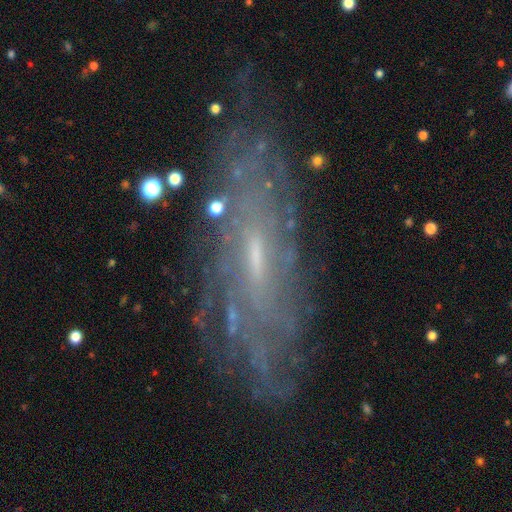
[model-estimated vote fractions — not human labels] The model was most divided on "bar": weak: 45%, no: 40%, strong: 15%. More confident: spiral arms — yes (85%); merging — none (81%); edge-on disk — no (75%); bulge size — small (73%); smooth or featured — featured or disk (72%).